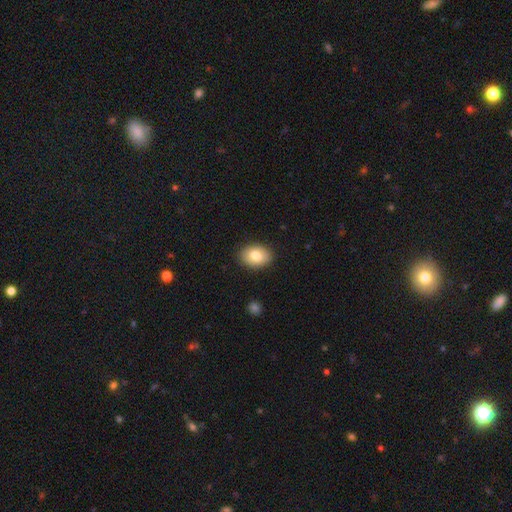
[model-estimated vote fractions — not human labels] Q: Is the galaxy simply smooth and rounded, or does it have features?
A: smooth — 81%.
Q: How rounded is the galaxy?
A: in between — 76%.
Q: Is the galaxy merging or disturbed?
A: none — 88%.